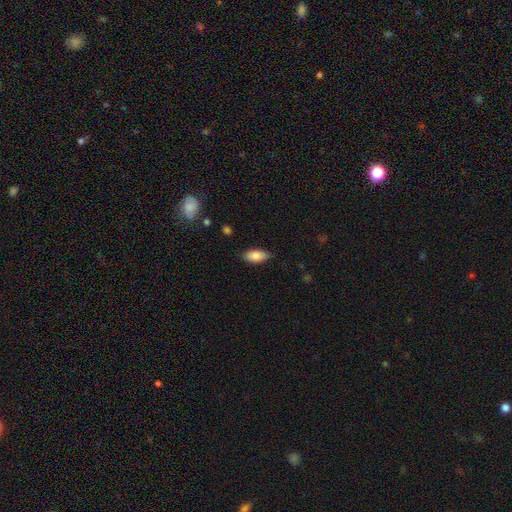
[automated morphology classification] smooth-or-featured: smooth: 85% | featured or disk: 8% | star or artifact: 7%
  how-rounded: in between: 90% | cigar-shaped: 7% | round: 2%
  merging: none: 84% | minor disturbance: 13% | major disturbance: 2% | merger: 1%